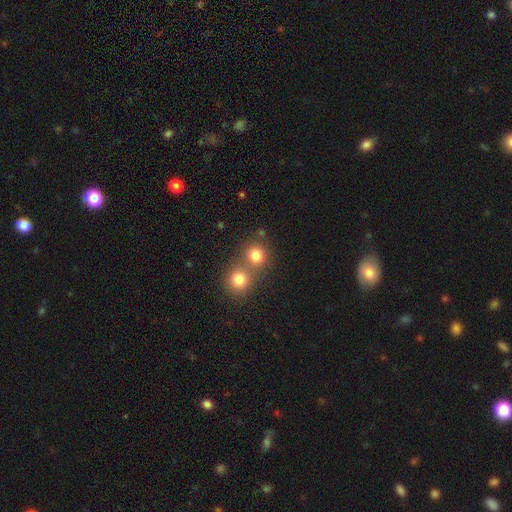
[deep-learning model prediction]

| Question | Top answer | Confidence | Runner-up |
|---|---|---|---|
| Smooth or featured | smooth | 79% | star or artifact (13%) |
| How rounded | round | 87% | in between (12%) |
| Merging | none | 52% | merger (39%) |